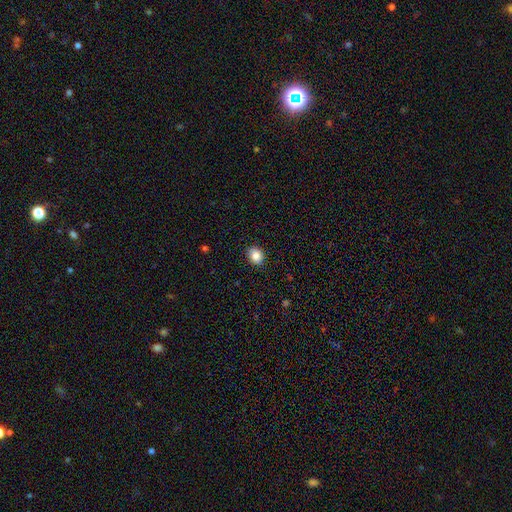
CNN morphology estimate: Smooth or featured: smooth — 85% (star or artifact — 9%)
How rounded: round — 56% (in between — 43%)
Merging: none — 90% (minor disturbance — 7%)